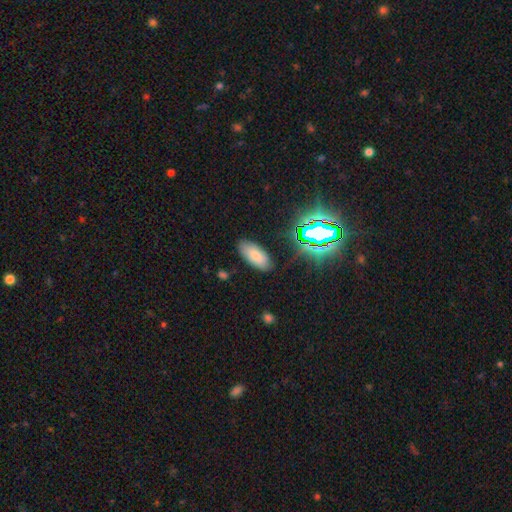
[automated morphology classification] A smooth galaxy with no disk features (75%) that is in between round and cigar-shaped (90%). Merging: none (83%).